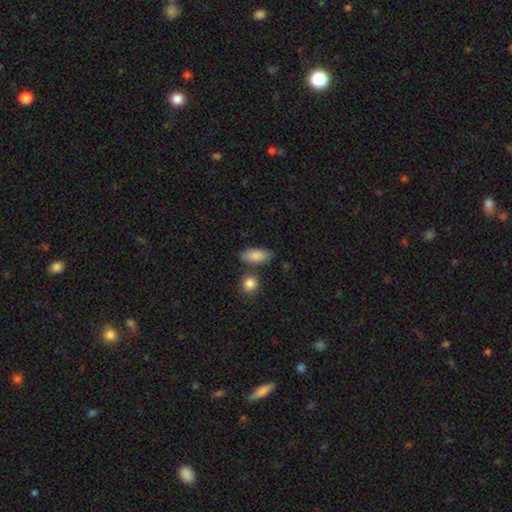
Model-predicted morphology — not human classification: Smooth or featured: smooth — 87% (featured or disk — 7%)
How rounded: in between — 86% (cigar-shaped — 8%)
Merging: none — 72% (minor disturbance — 14%)